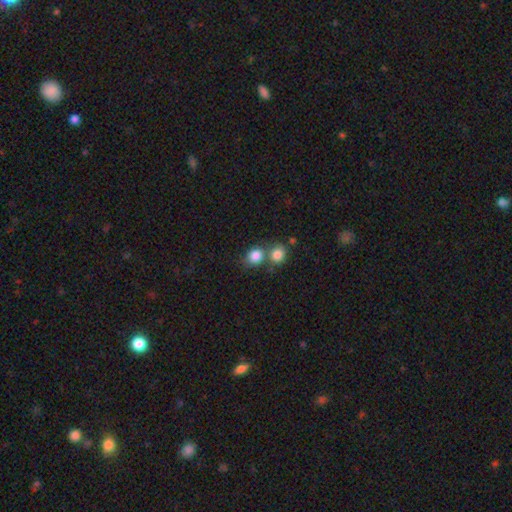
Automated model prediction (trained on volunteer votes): Smooth or featured? Predicted: smooth (p=0.84). How rounded? Predicted: round (p=0.71). Merging? Predicted: none (p=0.45).